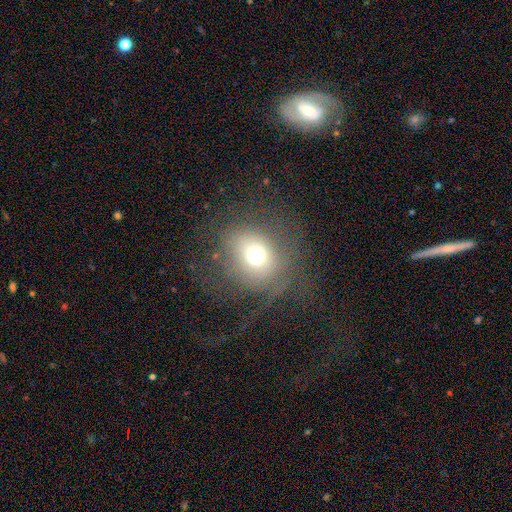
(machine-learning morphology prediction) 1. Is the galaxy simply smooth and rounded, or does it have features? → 63% smooth, 19% featured or disk, 17% star or artifact.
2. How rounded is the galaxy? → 80% round, 19% in between, 1% cigar-shaped.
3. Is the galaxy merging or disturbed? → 62% none, 21% major disturbance, 15% minor disturbance, 2% merger.